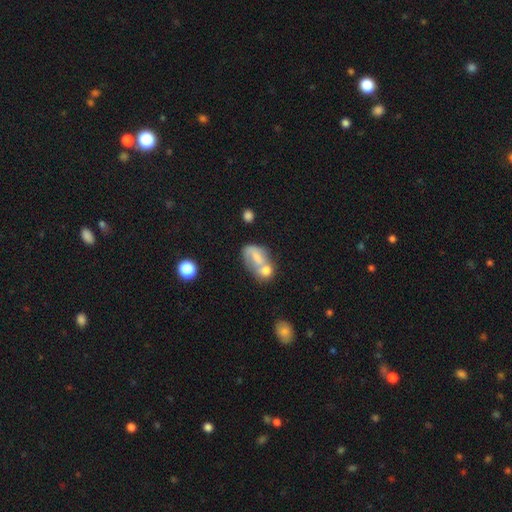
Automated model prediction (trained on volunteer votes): smooth_or_featured: smooth (p=0.55) [alt: featured or disk p=0.35]
how_rounded: in between (p=0.82) [alt: round p=0.16]
merging: merger (p=0.60) [alt: none p=0.17]